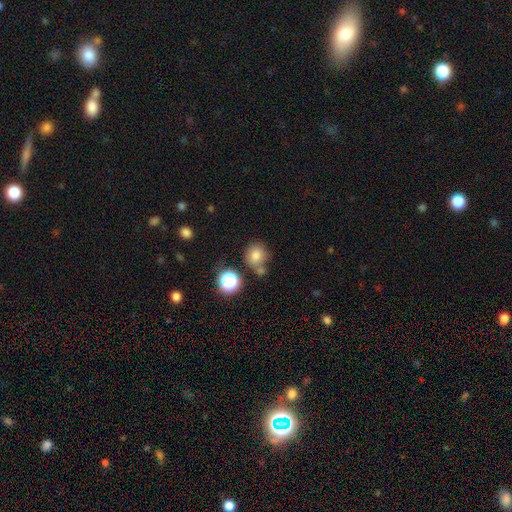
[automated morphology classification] Smooth or featured? Predicted: smooth (p=0.78). How rounded? Predicted: round (p=0.83). Merging? Predicted: none (p=0.62).